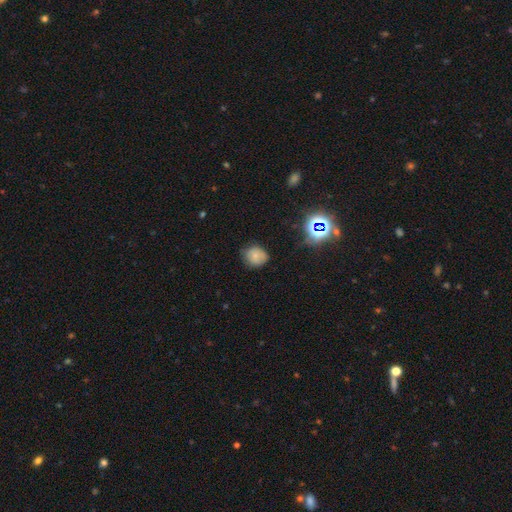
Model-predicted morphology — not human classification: A smooth galaxy with no disk features (75%) that is round (71%). Merging: none (69%).